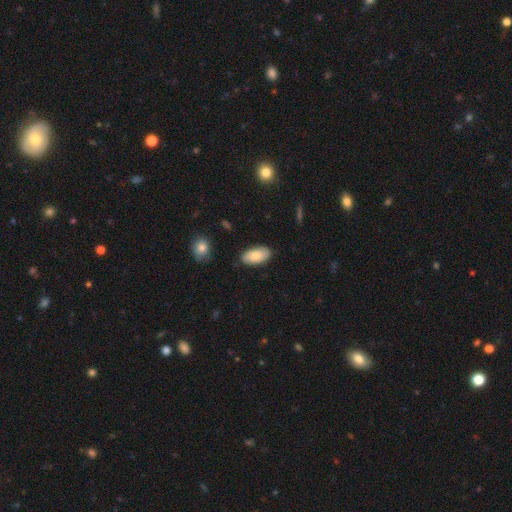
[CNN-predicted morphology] A smooth galaxy with no disk features (82%) that is in between round and cigar-shaped (95%). Merging: none (84%).